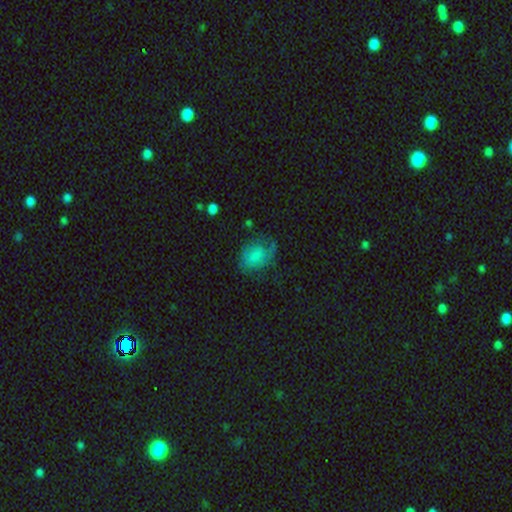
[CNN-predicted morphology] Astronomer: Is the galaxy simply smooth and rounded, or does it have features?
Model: smooth — 67%.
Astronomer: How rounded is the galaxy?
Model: in between — 69%.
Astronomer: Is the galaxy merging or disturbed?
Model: none — 48% (runner-up: minor disturbance, 29%).